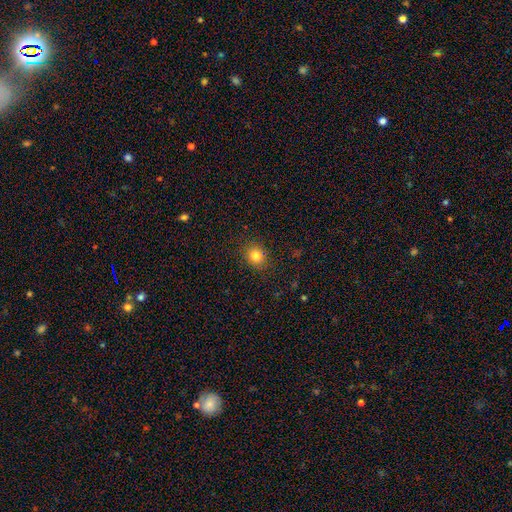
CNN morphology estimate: This appears to be a smooth galaxy with no disk features (82%) that is round (67%). Merging: none (88%).